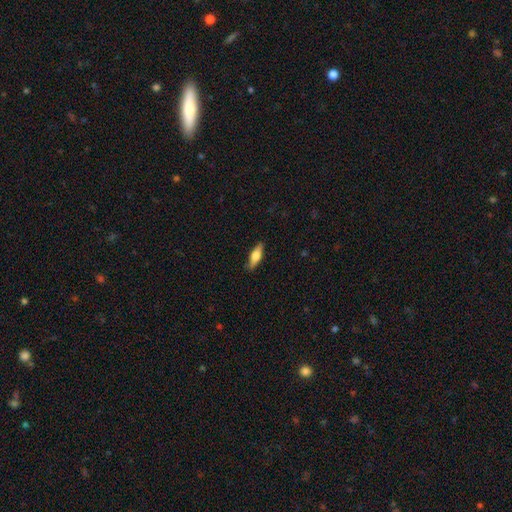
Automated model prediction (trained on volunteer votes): Smooth or featured? Predicted: smooth (p=0.56). How rounded? Predicted: cigar-shaped (p=0.53). Merging? Predicted: none (p=0.87).